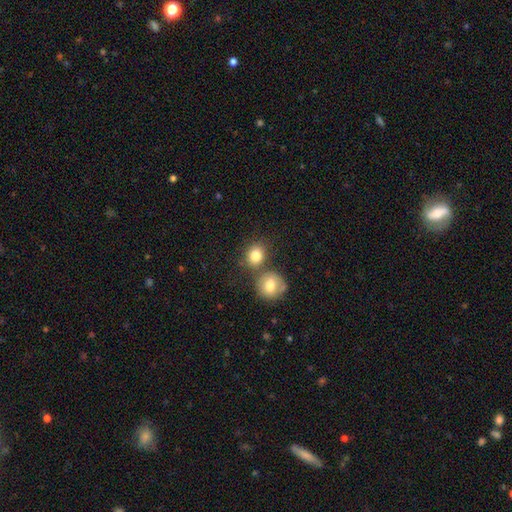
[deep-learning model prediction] Smooth or featured: smooth — 82% (star or artifact — 10%)
How rounded: round — 73% (in between — 26%)
Merging: none — 58% (merger — 28%)